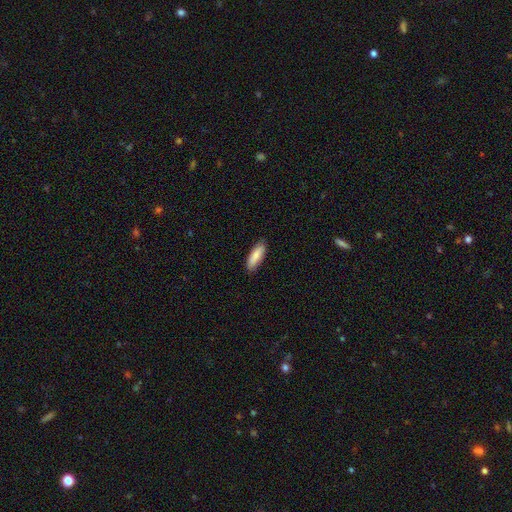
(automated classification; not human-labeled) smooth_or_featured: smooth (p=0.84) [alt: featured or disk p=0.10]
how_rounded: in between (p=0.60) [alt: cigar-shaped p=0.39]
merging: none (p=0.86) [alt: minor disturbance p=0.11]